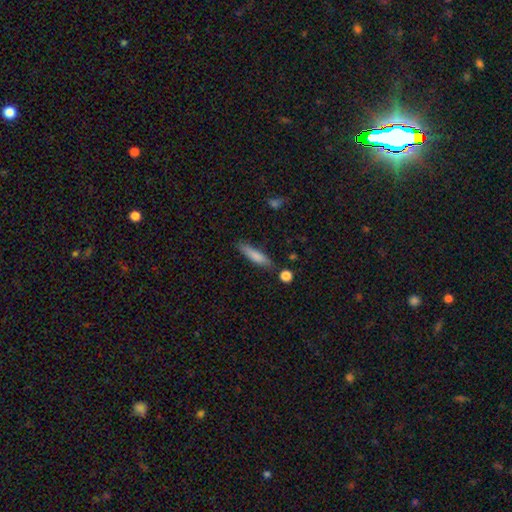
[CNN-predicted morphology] A smooth galaxy with no disk features (79%) that is cigar-shaped (78%). Merging: none (75%).